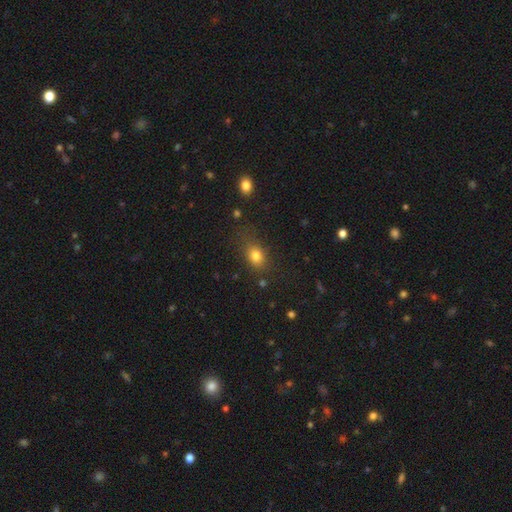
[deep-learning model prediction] Smooth or featured?
  - smooth: 79% *
  - star or artifact: 13%
  - featured or disk: 8%
How rounded?
  - in between: 63% *
  - round: 35%
  - cigar-shaped: 2%
Merging?
  - none: 72% *
  - minor disturbance: 17%
  - major disturbance: 8%
  - merger: 3%